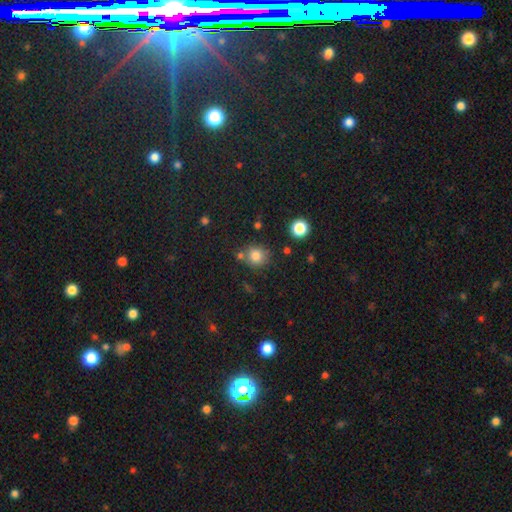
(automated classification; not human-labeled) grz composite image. It shows a smooth galaxy with no disk features (80%) that is round (85%). Merging: none (71%).